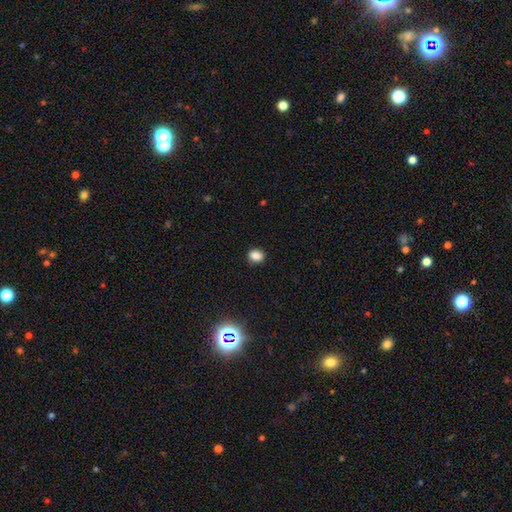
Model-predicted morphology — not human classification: Overall: smooth (85%). How rounded: round (52%; in between 47%). Merging: none (87%).